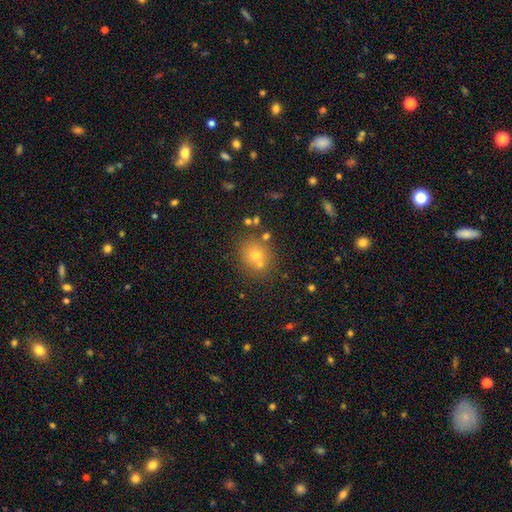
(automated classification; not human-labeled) smooth_or_featured: smooth (p=0.63) [alt: star or artifact p=0.22]
how_rounded: round (p=0.80) [alt: in between p=0.19]
merging: none (p=0.66) [alt: merger p=0.21]